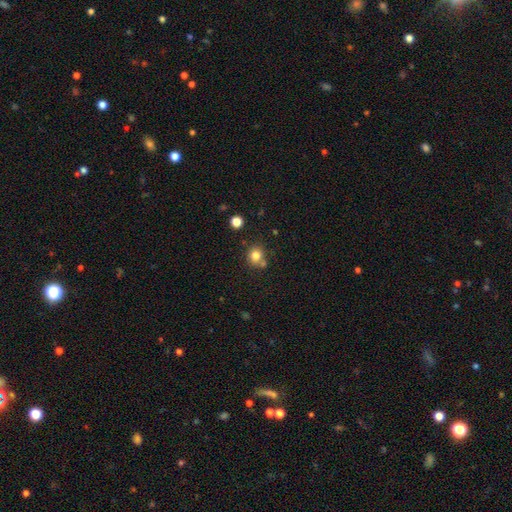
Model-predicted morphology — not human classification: Smooth or featured?
  - smooth: 80% *
  - star or artifact: 12%
  - featured or disk: 8%
How rounded?
  - round: 82% *
  - in between: 17%
  - cigar-shaped: 1%
Merging?
  - none: 68% *
  - merger: 17%
  - minor disturbance: 12%
  - major disturbance: 3%